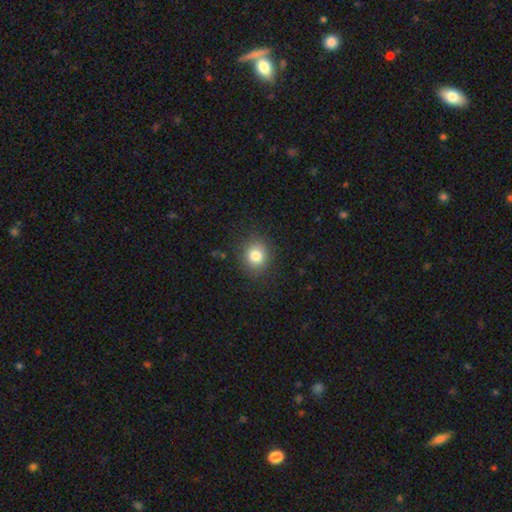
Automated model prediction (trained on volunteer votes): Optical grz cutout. It shows a smooth galaxy with no disk features (82%) that is round (79%). Merging: none (86%).